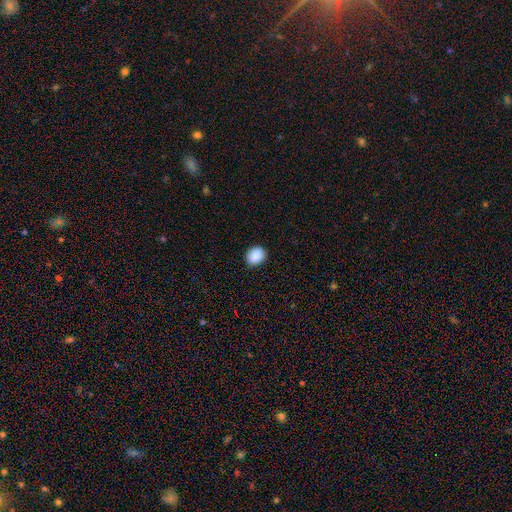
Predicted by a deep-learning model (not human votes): The model was most divided on "how rounded": round: 60%, in between: 39%, cigar-shaped: 1%. More confident: smooth or featured — smooth (90%); merging — none (89%).